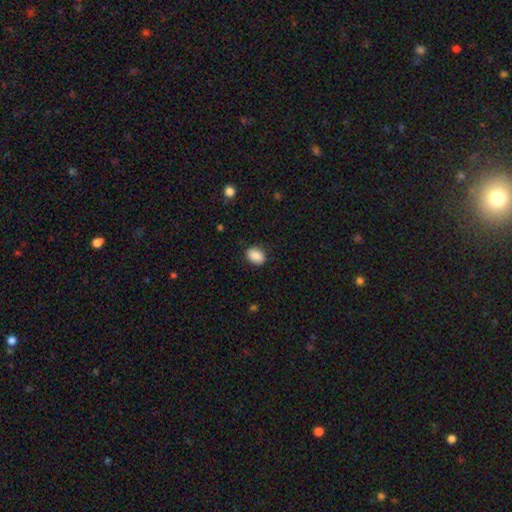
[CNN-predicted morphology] smooth_or_featured: smooth (p=0.88) [alt: star or artifact p=0.08]
how_rounded: in between (p=0.71) [alt: round p=0.28]
merging: none (p=0.86) [alt: minor disturbance p=0.11]